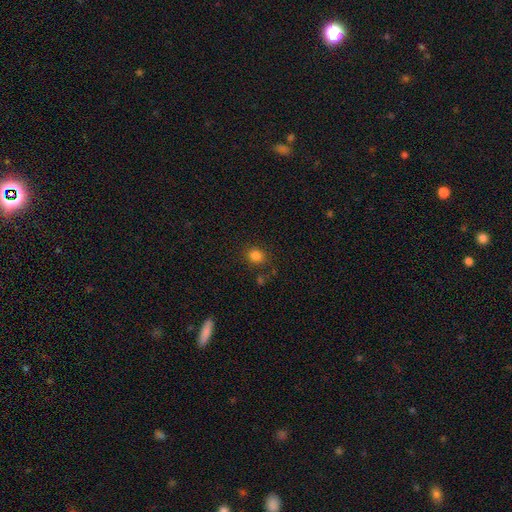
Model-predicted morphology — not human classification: Smooth or featured? smooth (82%)
How rounded? round (76%)
Merging? none (84%)